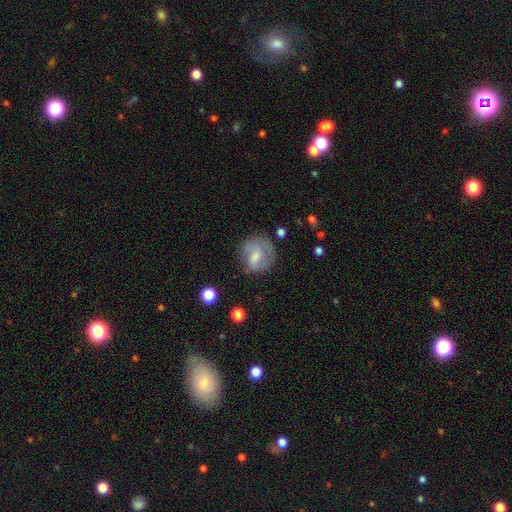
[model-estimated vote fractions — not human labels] A smooth galaxy with no disk features (48%).

Vote fractions:
- Smooth or featured? smooth: 48% / featured or disk: 44% / star or artifact: 8%
- Merging? none: 60% / minor disturbance: 23% / major disturbance: 14% / merger: 3%